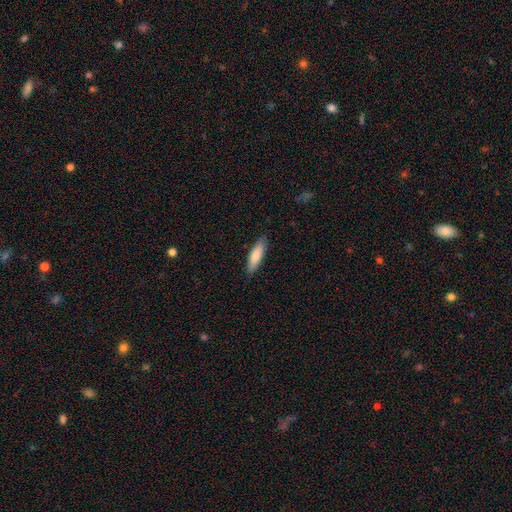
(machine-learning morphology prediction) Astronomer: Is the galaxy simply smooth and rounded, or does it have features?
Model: smooth — 82%.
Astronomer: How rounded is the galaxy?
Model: cigar-shaped — 60% (runner-up: in between, 38%).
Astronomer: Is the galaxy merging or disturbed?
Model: none — 86%.